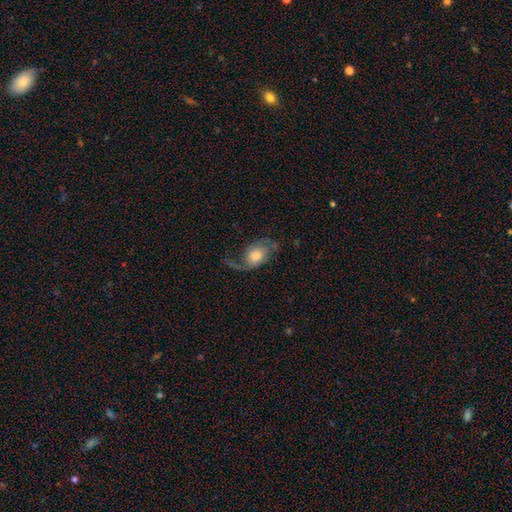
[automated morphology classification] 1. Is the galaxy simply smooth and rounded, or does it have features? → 67% featured or disk, 26% smooth, 7% star or artifact.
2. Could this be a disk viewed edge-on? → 96% no, 4% yes.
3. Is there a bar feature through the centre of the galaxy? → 72% no, 24% weak, 4% strong.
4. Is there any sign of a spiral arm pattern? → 89% yes, 11% no.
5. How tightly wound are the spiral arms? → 67% loose, 26% medium, 7% tight.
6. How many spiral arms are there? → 78% 2, 14% 1, 4% can't tell, 1% 3, 1% 4, 1% more than 4.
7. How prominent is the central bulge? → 39% moderate, 35% large, 13% small, 7% dominant, 6% none.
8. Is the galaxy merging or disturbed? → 49% none, 27% major disturbance, 21% minor disturbance, 2% merger.